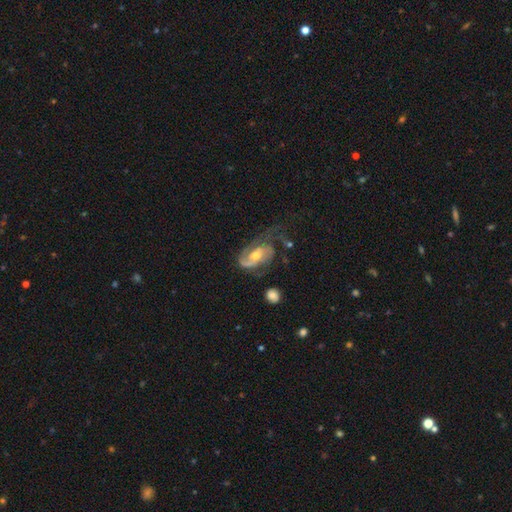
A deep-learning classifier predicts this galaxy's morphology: This is clearly a featured or disk galaxy (82%). It is clearly not viewed edge-on (96%). Bar: possibly no (51%). Spiral arm pattern: clearly yes (94%). Spiral arm count: likely 2 (63%). Spiral winding: marginally medium (43%). Central bulge: likely moderate (65%). Merging: marginally none (41%).